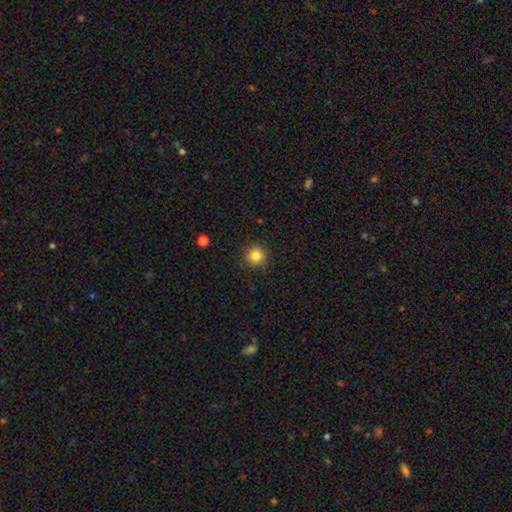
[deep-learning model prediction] Morphology: type=smooth (84%); roundness=round (95%); merging=none (89%).